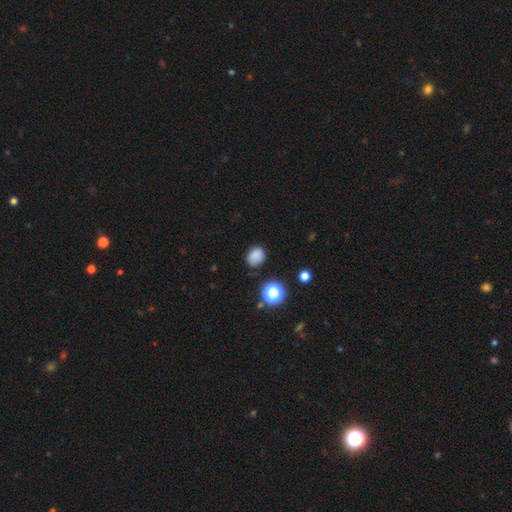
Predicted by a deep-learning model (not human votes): This appears to be a smooth galaxy with no disk features (80%) that is round (56%). Merging: none (74%).